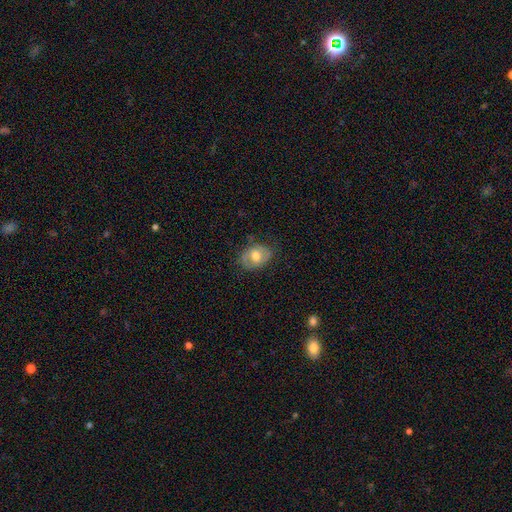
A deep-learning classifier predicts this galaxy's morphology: Smooth or featured?
  - smooth: 51% *
  - featured or disk: 41%
  - star or artifact: 8%
How rounded?
  - in between: 66% *
  - round: 33%
  - cigar-shaped: 1%
Merging?
  - none: 70% *
  - minor disturbance: 22%
  - major disturbance: 7%
  - merger: 1%